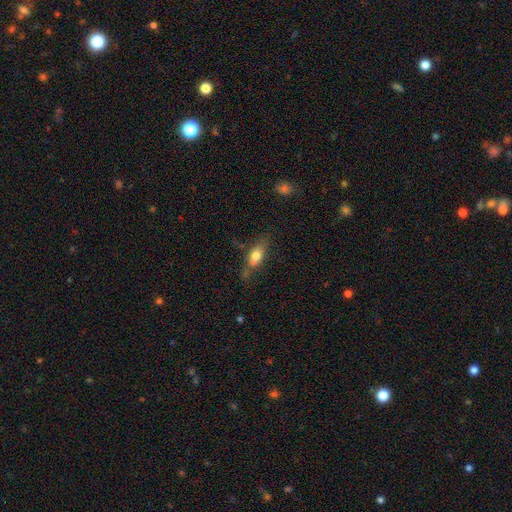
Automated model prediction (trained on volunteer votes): A smooth galaxy with no disk features (66%) that is in between round and cigar-shaped (67%). Merging: none (54%).